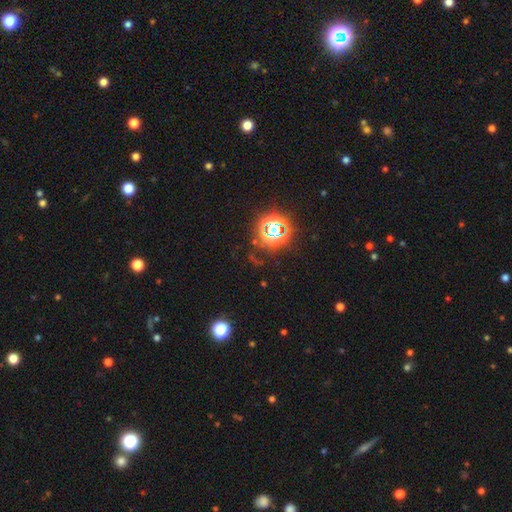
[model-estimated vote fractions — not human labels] This is likely a star or artifact rather than a galaxy (79%).